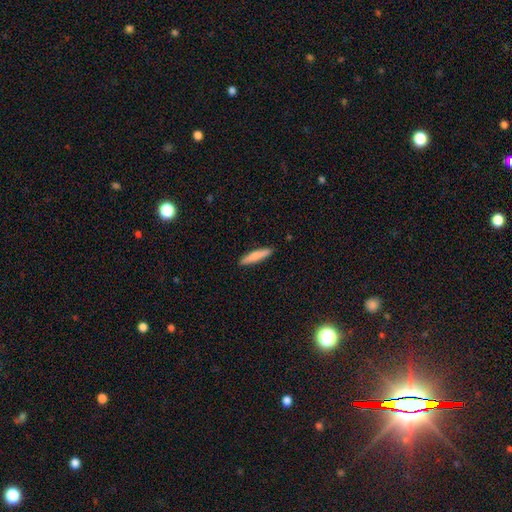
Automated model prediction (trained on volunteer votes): Overall: smooth (78%). How rounded: cigar-shaped (87%). Merging: none (91%).